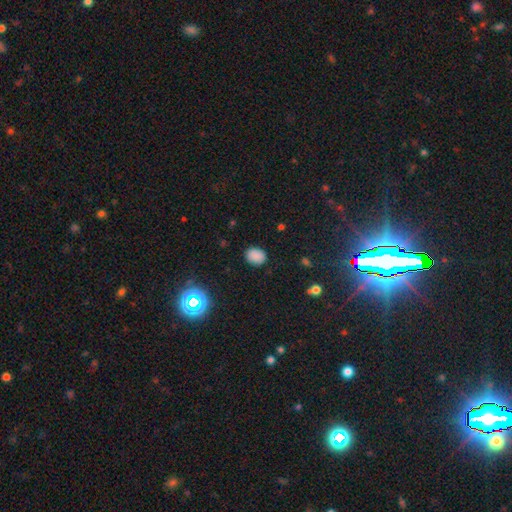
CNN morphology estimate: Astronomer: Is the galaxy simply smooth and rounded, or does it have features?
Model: smooth — 83%.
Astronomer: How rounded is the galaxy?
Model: in between — 58% (runner-up: round, 41%).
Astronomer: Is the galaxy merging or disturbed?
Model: none — 86%.